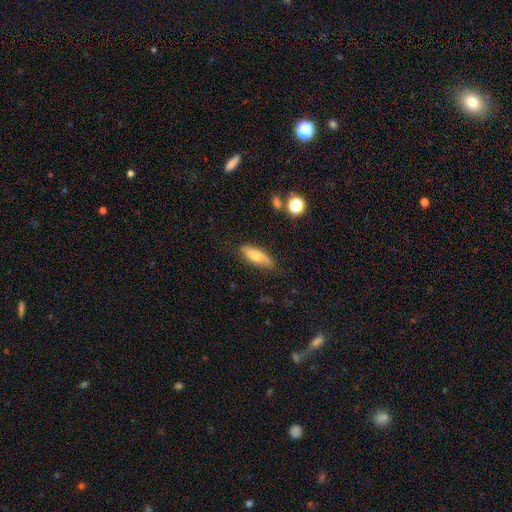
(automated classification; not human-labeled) Smooth or featured? Predicted: smooth (p=0.69). How rounded? Predicted: in between (p=0.62). Merging? Predicted: none (p=0.72).